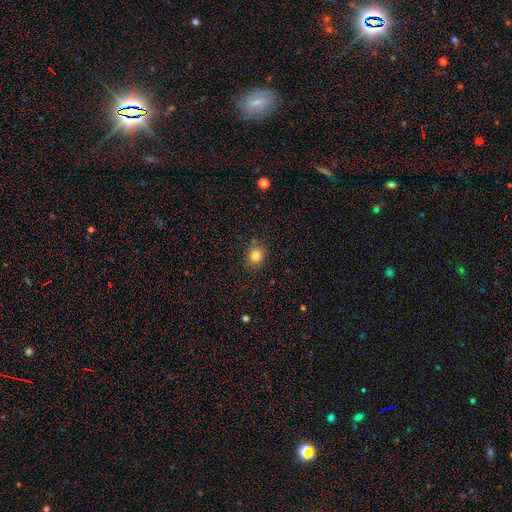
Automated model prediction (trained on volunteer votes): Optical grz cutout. It shows a smooth galaxy with no disk features (82%) that is round (75%). Merging: none (84%).